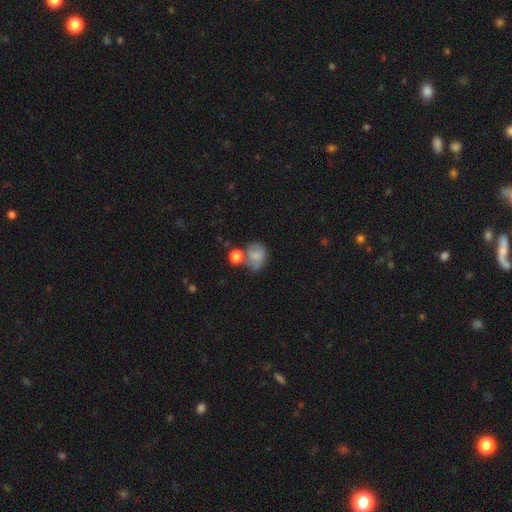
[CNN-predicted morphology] This is likely a smooth galaxy (68%). How rounded: possibly round (59%). Merging: marginally none (36%).